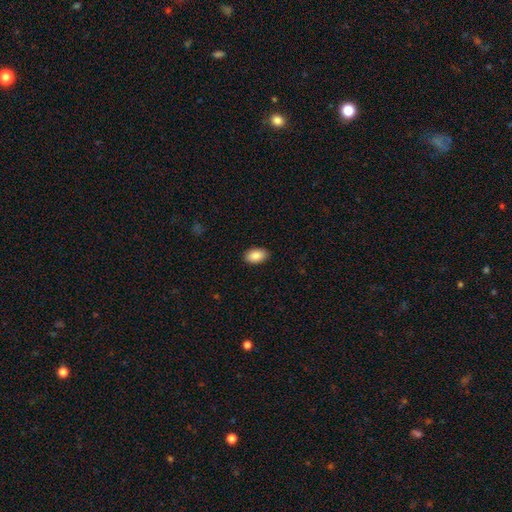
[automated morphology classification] smooth_or_featured: smooth (p=0.88) [alt: star or artifact p=0.07]
how_rounded: in between (p=0.93) [alt: round p=0.06]
merging: none (p=0.90) [alt: minor disturbance p=0.08]